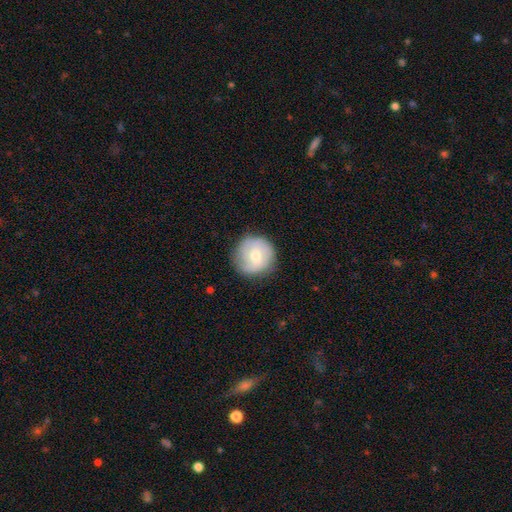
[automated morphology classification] A smooth galaxy with no disk features (48%).

Vote fractions:
- Smooth or featured? smooth: 48% / featured or disk: 45% / star or artifact: 7%
- Merging? none: 81% / minor disturbance: 14% / major disturbance: 4% / merger: 1%